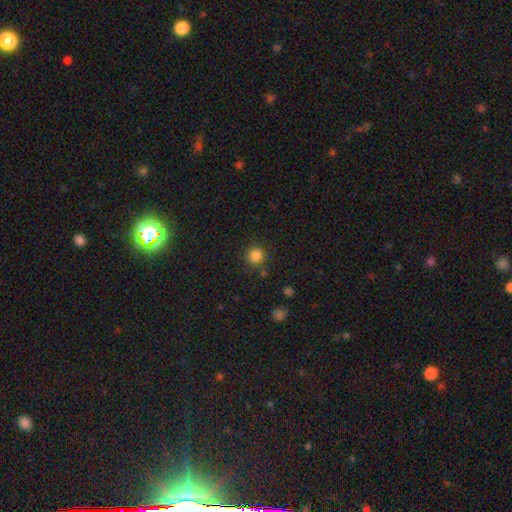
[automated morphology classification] This is clearly a smooth galaxy (84%). How rounded: clearly round (94%). Merging: clearly none (85%).